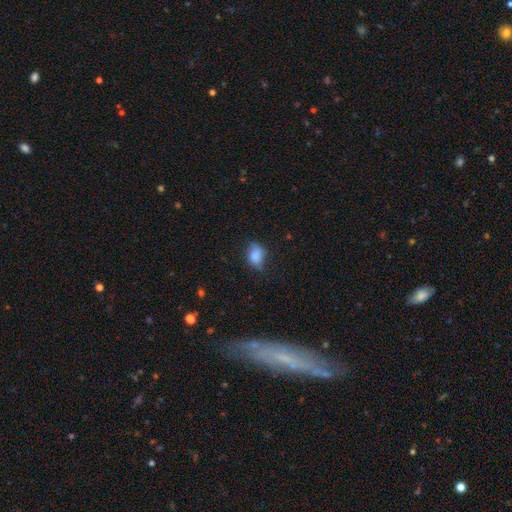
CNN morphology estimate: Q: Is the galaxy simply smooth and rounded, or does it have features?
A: smooth — 79%.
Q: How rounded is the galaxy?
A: in between — 77%.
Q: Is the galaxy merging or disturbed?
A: none — 52%.